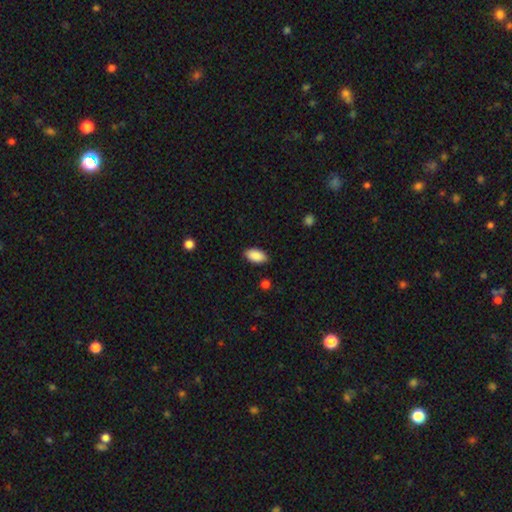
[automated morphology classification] smooth-or-featured: smooth: 90% | star or artifact: 7% | featured or disk: 4%
  how-rounded: in between: 94% | round: 3% | cigar-shaped: 3%
  merging: none: 87% | minor disturbance: 10% | major disturbance: 2% | merger: 1%